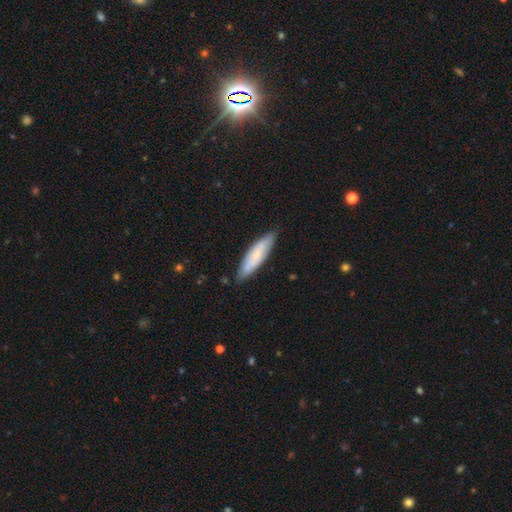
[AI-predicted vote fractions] smooth 68%, featured or disk 26%, star or artifact 6%. Down the decision tree: how rounded — cigar-shaped (69%); merging — none (82%).